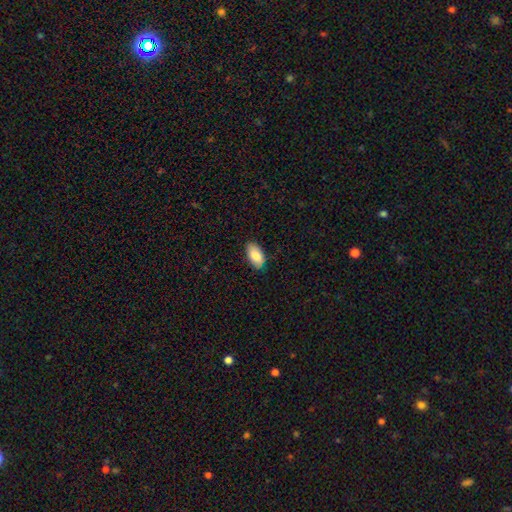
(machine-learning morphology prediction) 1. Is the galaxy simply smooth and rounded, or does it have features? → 85% smooth, 9% featured or disk, 6% star or artifact.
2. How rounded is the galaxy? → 94% in between, 3% cigar-shaped, 3% round.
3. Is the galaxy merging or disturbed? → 84% none, 13% minor disturbance, 2% major disturbance, 1% merger.